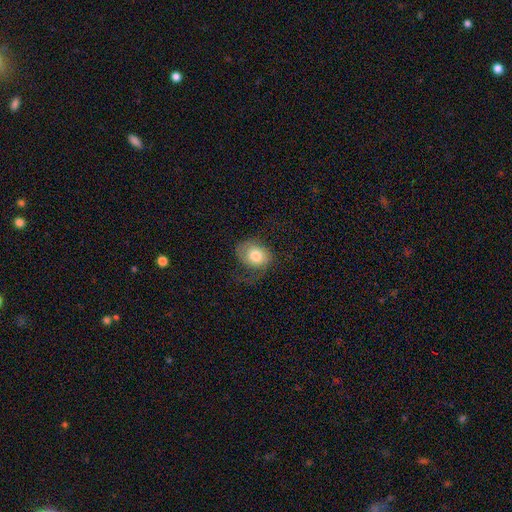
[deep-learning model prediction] Smooth or featured? Predicted: smooth (p=0.69). How rounded? Predicted: in between (p=0.52). Merging? Predicted: none (p=0.42).